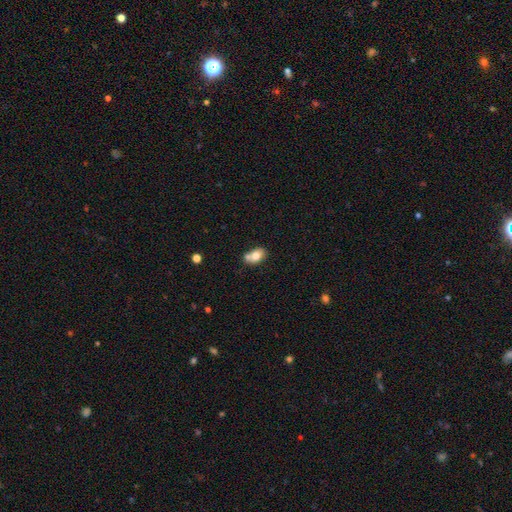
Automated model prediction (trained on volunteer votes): Overall: smooth (74%). How rounded: in between (80%). Merging: none (43%; merger 37%).